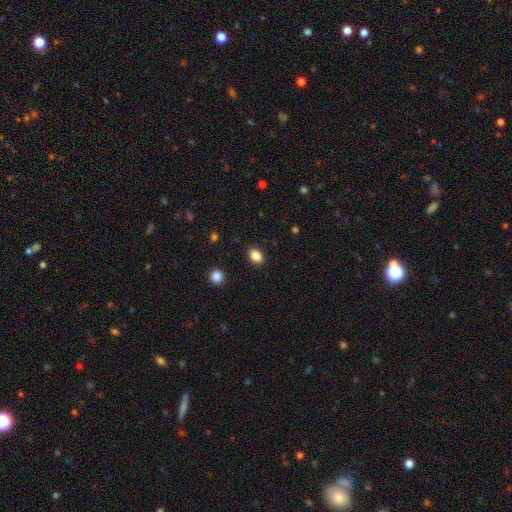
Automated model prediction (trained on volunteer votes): Morphology: type=smooth (86%); roundness=in between (69%); merging=none (89%).